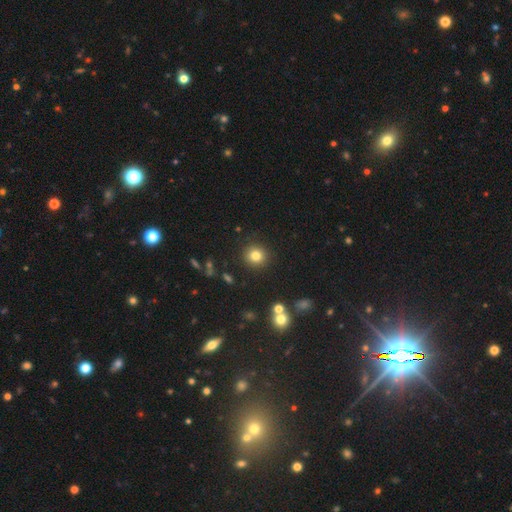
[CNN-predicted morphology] Smooth or featured? smooth (80%)
How rounded? round (91%)
Merging? none (89%)